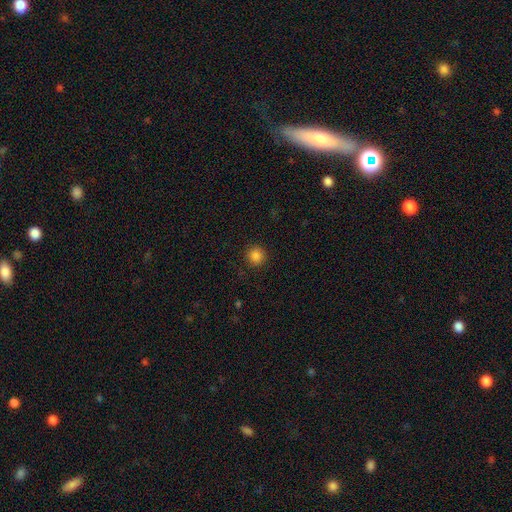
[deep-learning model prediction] A smooth galaxy with no disk features (85%) that is round (94%). Merging: none (90%).